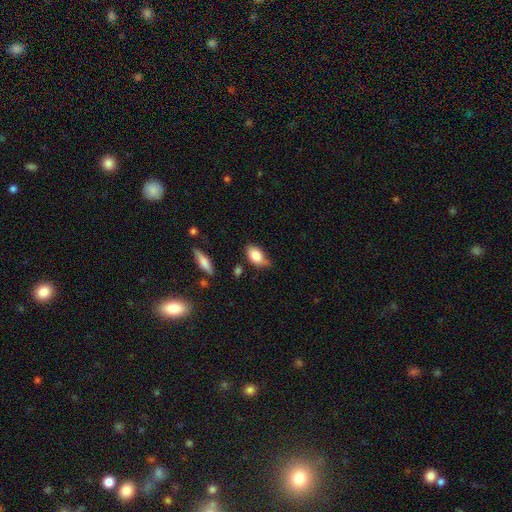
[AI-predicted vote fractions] This is clearly a smooth galaxy (83%). How rounded: clearly in between (91%). Merging: possibly none (53%).